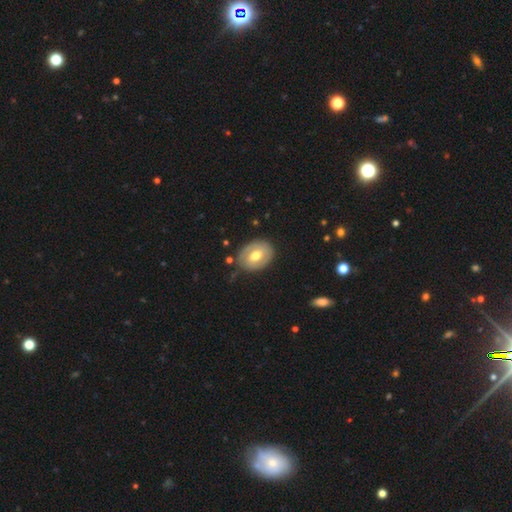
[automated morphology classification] smooth-or-featured: featured or disk: 55% | smooth: 40% | star or artifact: 5%
  disk-edge-on: no: 95% | yes: 5%
    bar: weak: 44% | no: 39% | strong: 17%
    has-spiral-arms: no: 53% | yes: 47%
    bulge-size: moderate: 75% | large: 12% | small: 11% | dominant: 1% | none: 1%
  merging: none: 77% | minor disturbance: 15% | major disturbance: 5% | merger: 2%